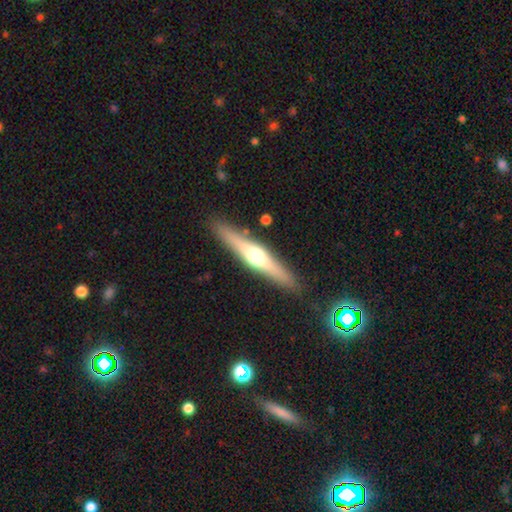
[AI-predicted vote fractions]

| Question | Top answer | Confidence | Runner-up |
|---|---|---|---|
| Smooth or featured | featured or disk | 61% | smooth (33%) |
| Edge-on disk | yes | 95% | no (5%) |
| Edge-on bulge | rounded | 93% | none (4%) |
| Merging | none | 88% | minor disturbance (8%) |